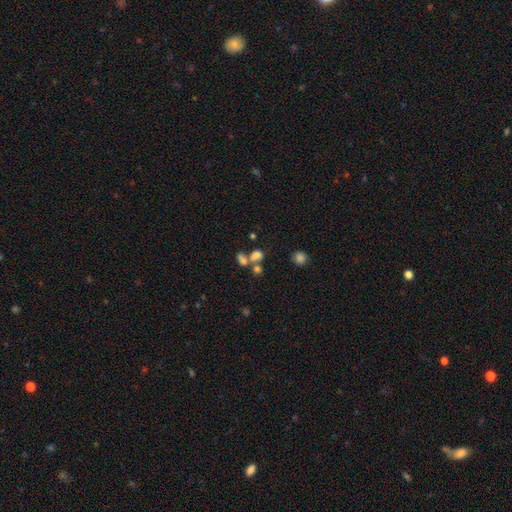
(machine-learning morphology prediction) Overall: smooth (69%). How rounded: in between (63%; round 34%). Merging: merger (52%; none 31%).